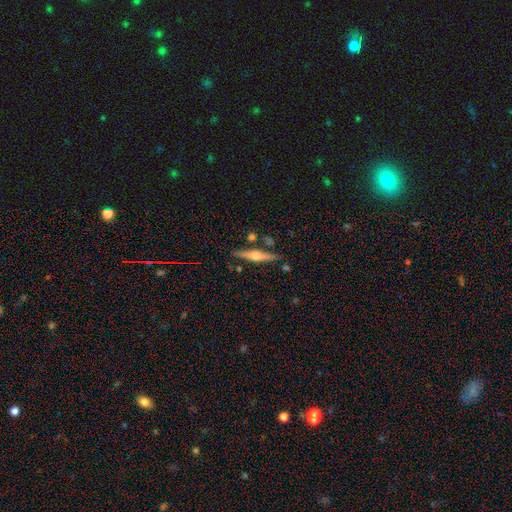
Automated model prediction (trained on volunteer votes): Smooth or featured?
  - featured or disk: 72% *
  - smooth: 22%
  - star or artifact: 6%
Edge-on disk?
  - yes: 97% *
  - no: 3%
Edge-on bulge?
  - rounded: 92% *
  - boxy: 5%
  - none: 3%
Merging?
  - none: 83% *
  - minor disturbance: 9%
  - merger: 5%
  - major disturbance: 2%